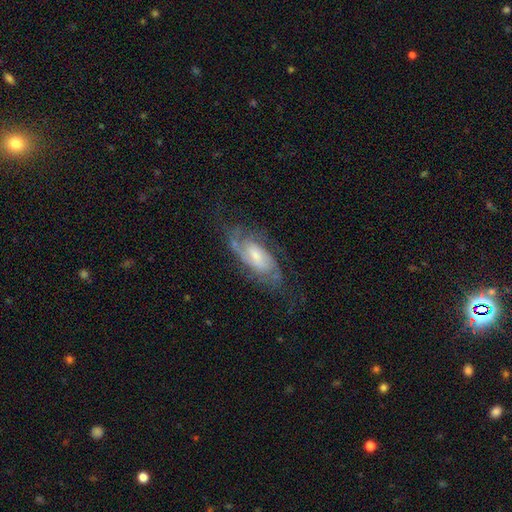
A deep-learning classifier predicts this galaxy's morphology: A featured or disk galaxy (82%) with no bar (45%), 2 (53%) tight (44%) spiral arms (95%) and a small central bulge (50%).

Vote fractions:
- Smooth or featured? featured or disk: 82% / smooth: 11% / star or artifact: 6%
- Edge-on disk? no: 93% / yes: 7%
- Bar? no: 45% / weak: 43% / strong: 12%
- Spiral arms? yes: 95% / no: 5%
- Spiral winding? tight: 44% / medium: 43% / loose: 13%
- Spiral arm count? 2: 53% / can't tell: 24% / 3: 12% / 4: 4% / 1: 4% / more than 4: 3%
- Bulge size? small: 50% / moderate: 37% / none: 6% / large: 5% / dominant: 1%
- Merging? none: 67% / minor disturbance: 19% / major disturbance: 13% / merger: 1%